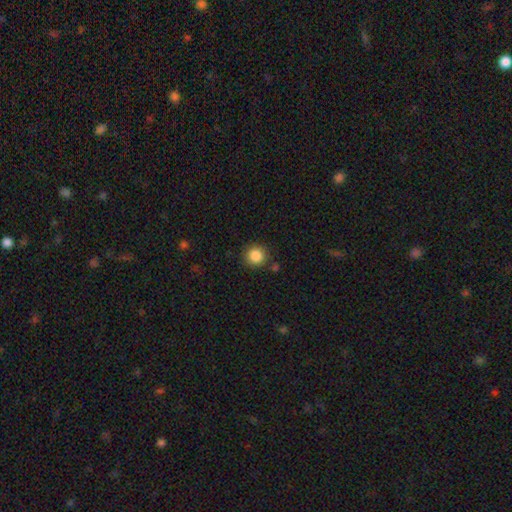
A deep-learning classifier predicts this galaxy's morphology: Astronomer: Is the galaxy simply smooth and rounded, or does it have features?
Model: smooth — 86%.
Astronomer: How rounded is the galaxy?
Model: round — 92%.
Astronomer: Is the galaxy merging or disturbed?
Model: none — 86%.